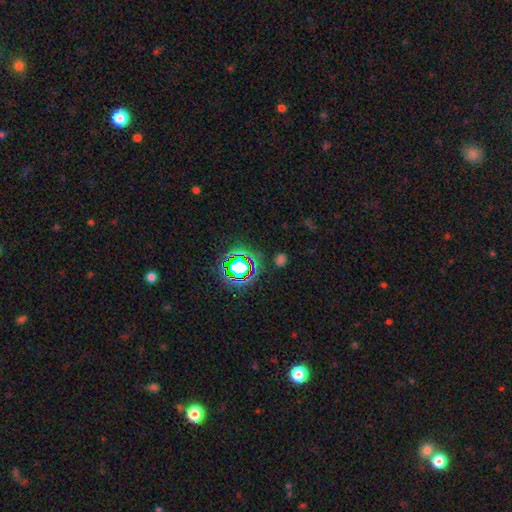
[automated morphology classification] type=star or artifact (75%).